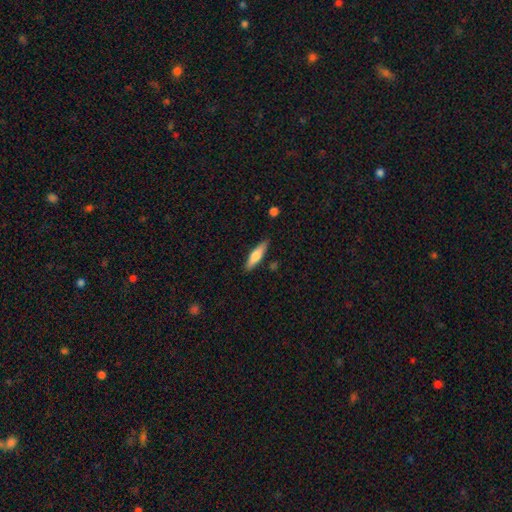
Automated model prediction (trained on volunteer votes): Q: Smooth or featured?
A: smooth (66%); runner-up: featured or disk (28%)
Q: How rounded?
A: cigar-shaped (70%); runner-up: in between (29%)
Q: Merging?
A: none (85%); runner-up: minor disturbance (10%)